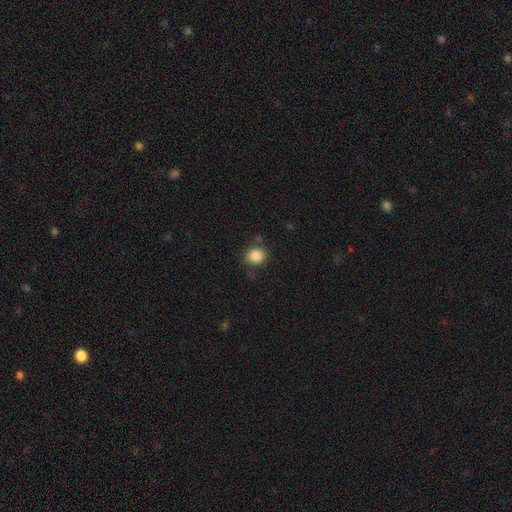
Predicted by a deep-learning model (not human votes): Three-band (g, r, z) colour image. It shows a smooth galaxy with no disk features (86%) that is round (73%). Merging: none (80%).